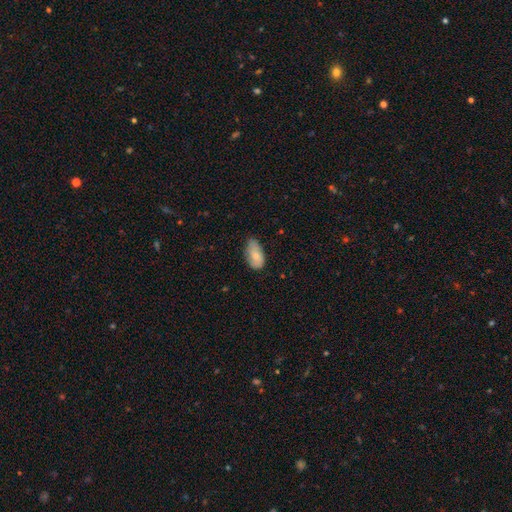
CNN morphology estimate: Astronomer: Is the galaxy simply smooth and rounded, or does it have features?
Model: smooth — 76%.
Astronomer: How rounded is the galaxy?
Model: in between — 94%.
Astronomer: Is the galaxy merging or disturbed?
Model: none — 61%.